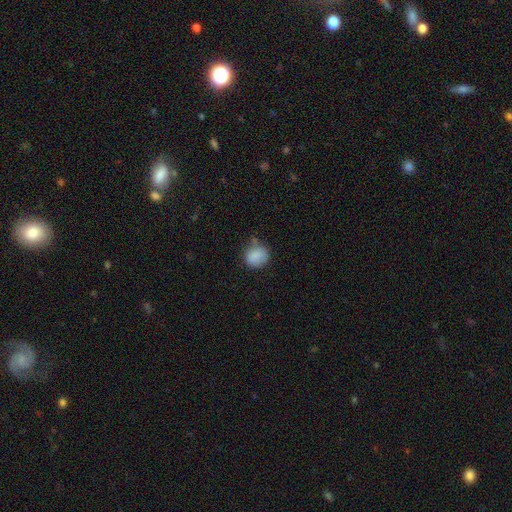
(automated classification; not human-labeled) Smooth or featured? smooth (86%)
How rounded? round (77%)
Merging? none (67%)